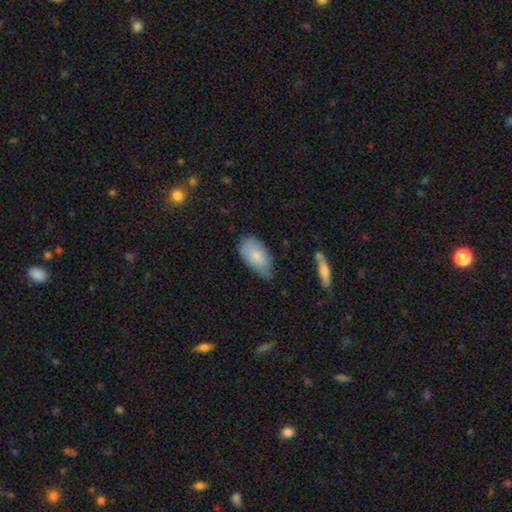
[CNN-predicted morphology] This is likely a smooth galaxy (76%). How rounded: clearly in between (93%). Merging: possibly none (53%).